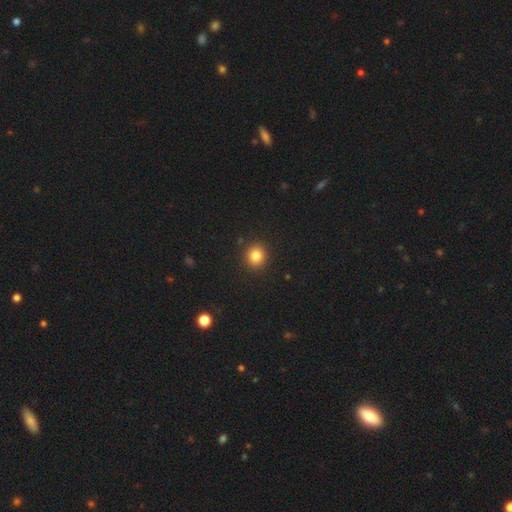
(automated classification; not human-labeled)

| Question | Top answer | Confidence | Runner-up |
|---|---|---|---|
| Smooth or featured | smooth | 83% | star or artifact (12%) |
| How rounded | round | 88% | in between (11%) |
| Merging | none | 91% | minor disturbance (6%) |